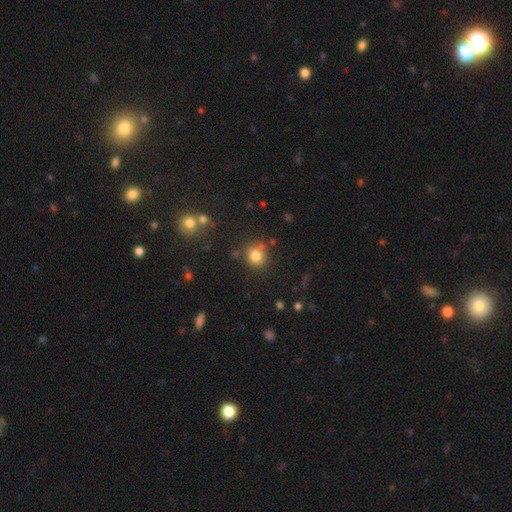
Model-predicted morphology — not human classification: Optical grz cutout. It shows a smooth galaxy with no disk features (81%) that is round (83%). Merging: none (77%).